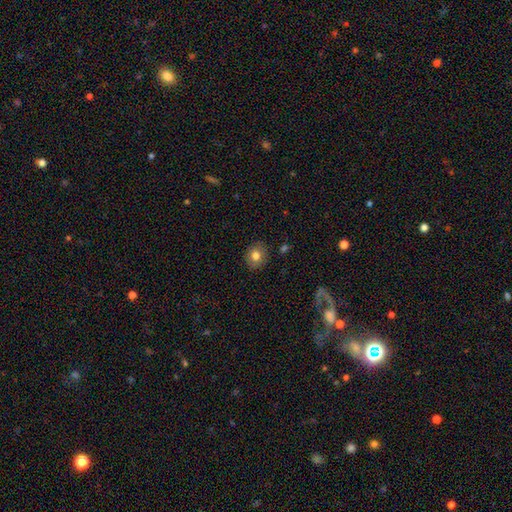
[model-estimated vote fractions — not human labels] This is likely a smooth galaxy (79%). How rounded: likely round (66%). Merging: clearly none (88%).